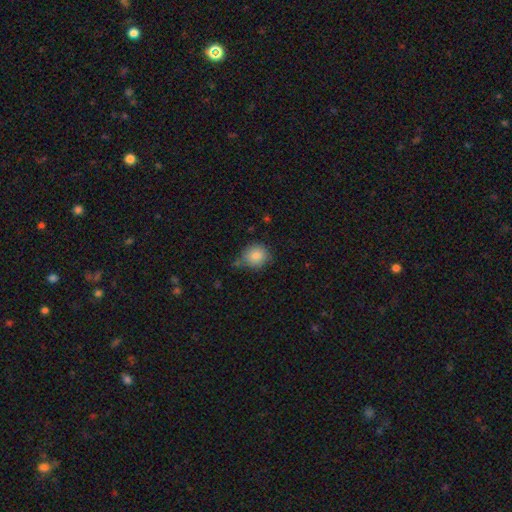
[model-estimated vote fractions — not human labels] smooth 85%, star or artifact 9%, featured or disk 6%. Down the decision tree: how rounded — round (82%); merging — none (66%).